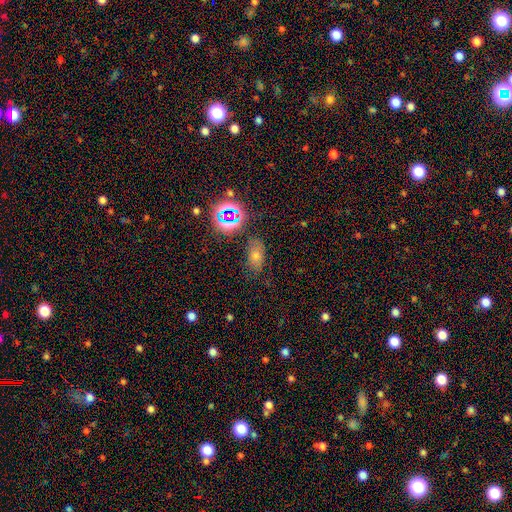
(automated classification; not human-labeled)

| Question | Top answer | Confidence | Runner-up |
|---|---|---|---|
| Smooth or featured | smooth | 43% | star or artifact (40%) |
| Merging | none | 75% | minor disturbance (16%) |